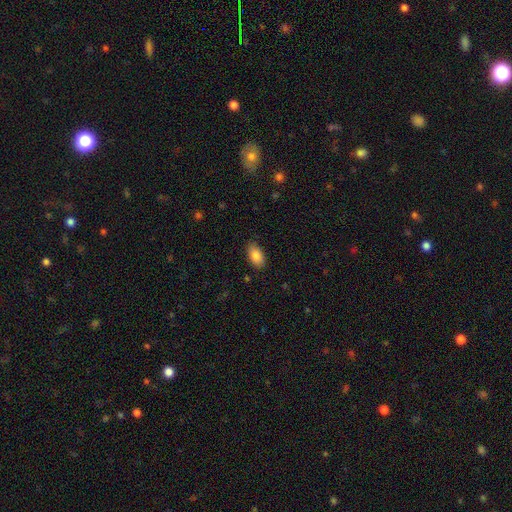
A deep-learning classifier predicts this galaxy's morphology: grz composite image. It shows a smooth galaxy with no disk features (85%) that is in between round and cigar-shaped (93%). Merging: none (86%).